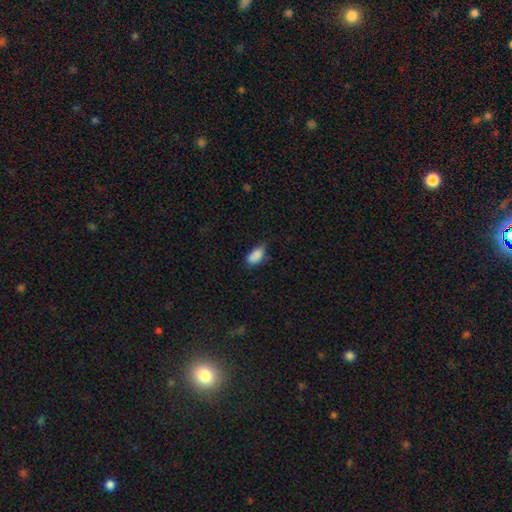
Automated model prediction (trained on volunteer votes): This is clearly a smooth galaxy (85%). How rounded: clearly in between (91%). Merging: possibly none (48%).